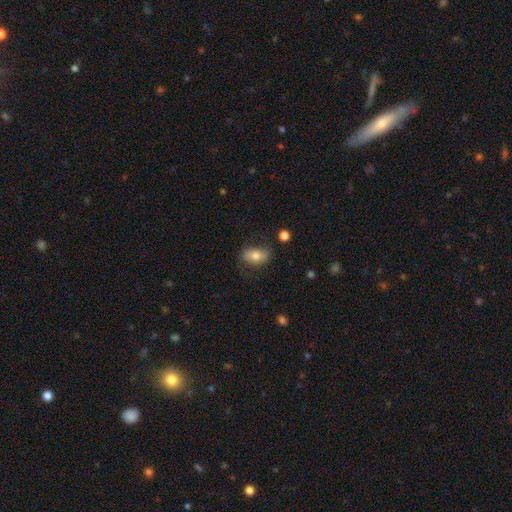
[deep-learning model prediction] A smooth galaxy with no disk features (71%) that is in between round and cigar-shaped (83%).

Vote fractions:
- Smooth or featured? smooth: 71% / featured or disk: 21% / star or artifact: 8%
- How rounded? in between: 83% / round: 15% / cigar-shaped: 3%
- Merging? none: 71% / minor disturbance: 20% / major disturbance: 6% / merger: 2%